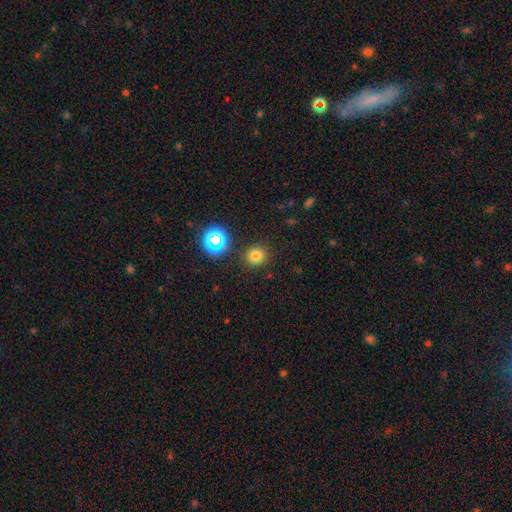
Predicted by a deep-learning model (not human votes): smooth-or-featured: smooth: 74% | star or artifact: 20% | featured or disk: 6%
  how-rounded: round: 86% | in between: 13% | cigar-shaped: 1%
  merging: none: 87% | minor disturbance: 8% | major disturbance: 3% | merger: 3%